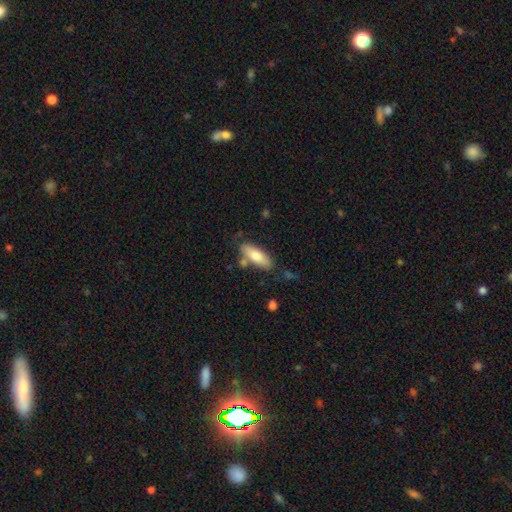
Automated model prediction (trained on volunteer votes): Overall: smooth (76%). How rounded: in between (66%; cigar-shaped 32%). Merging: none (71%).